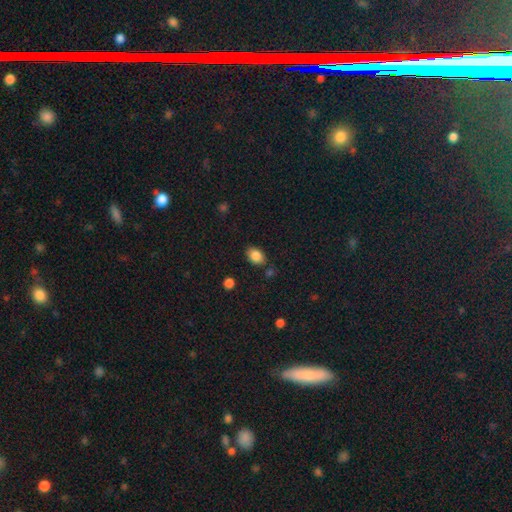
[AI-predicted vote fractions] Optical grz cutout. It shows a smooth galaxy with no disk features (86%) that is in between round and cigar-shaped (80%). Merging: none (79%).